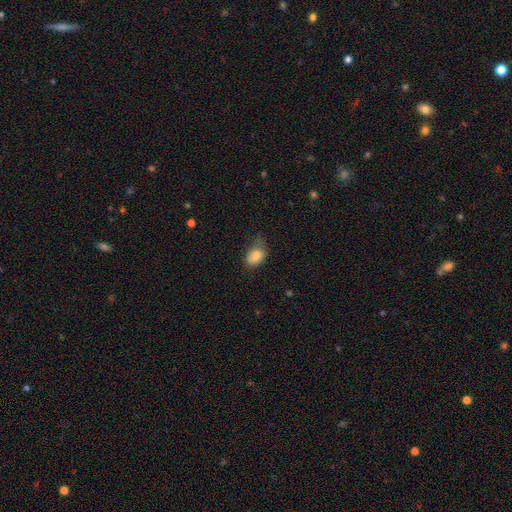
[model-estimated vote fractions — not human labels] Smooth or featured? smooth (81%)
How rounded? in between (78%)
Merging? none (41%)